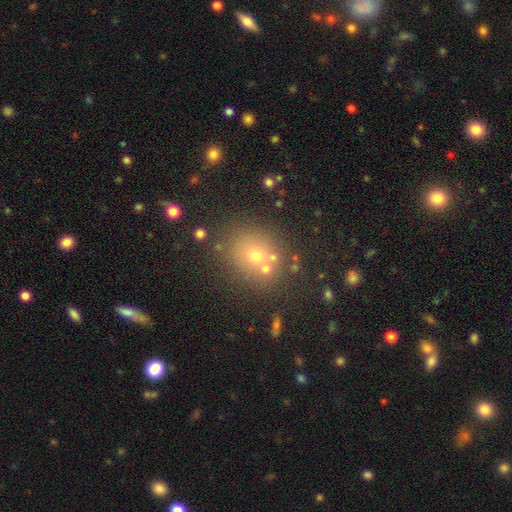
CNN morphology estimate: The model was most divided on "smooth or featured": smooth: 61%, star or artifact: 23%, featured or disk: 16%. More confident: how rounded — round (74%); merging — none (67%).